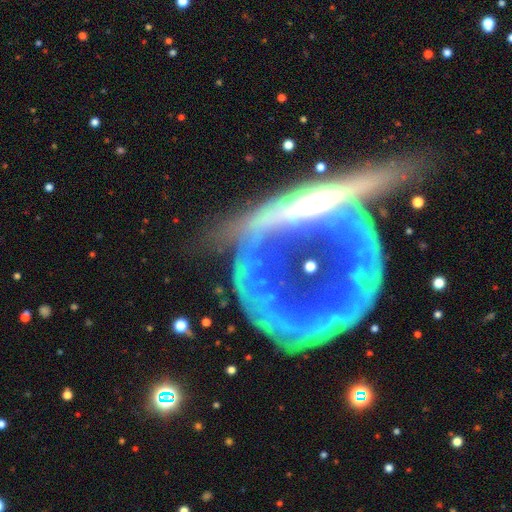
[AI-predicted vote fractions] smooth_or_featured: featured or disk (p=0.70) [alt: smooth p=0.17]
disk_edge_on: no (p=0.71) [alt: yes p=0.29]
merging: major disturbance (p=0.55) [alt: merger p=0.17]